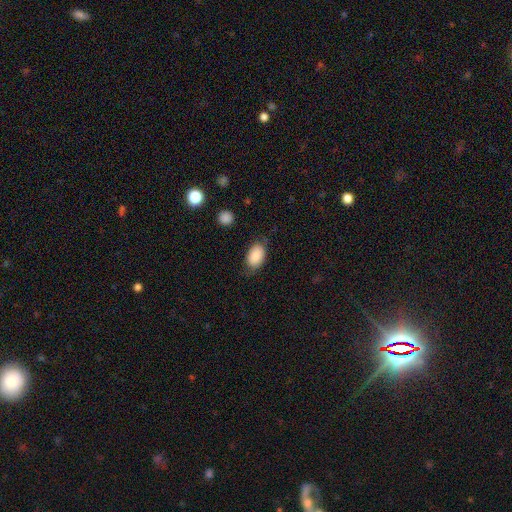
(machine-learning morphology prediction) type=smooth (88%); roundness=in between (91%); merging=none (72%).